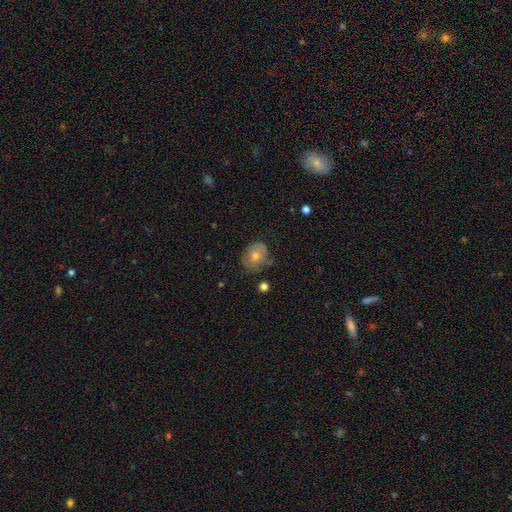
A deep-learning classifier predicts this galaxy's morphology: Smooth or featured?
  - smooth: 47% *
  - featured or disk: 40%
  - star or artifact: 13%
Merging?
  - none: 67% *
  - minor disturbance: 23%
  - major disturbance: 7%
  - merger: 3%